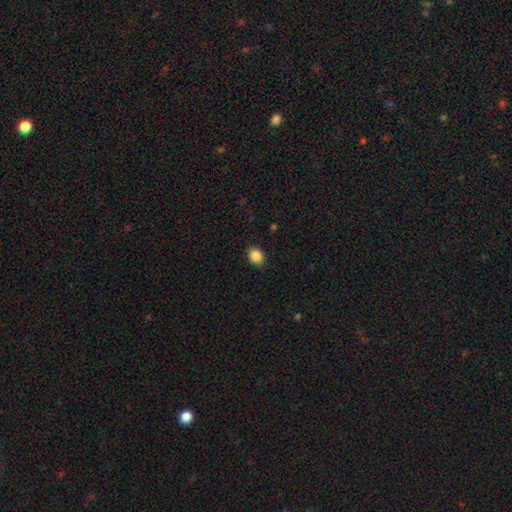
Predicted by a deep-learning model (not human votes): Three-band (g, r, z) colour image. It shows a smooth galaxy with no disk features (88%) that is round (53%). Merging: none (89%).